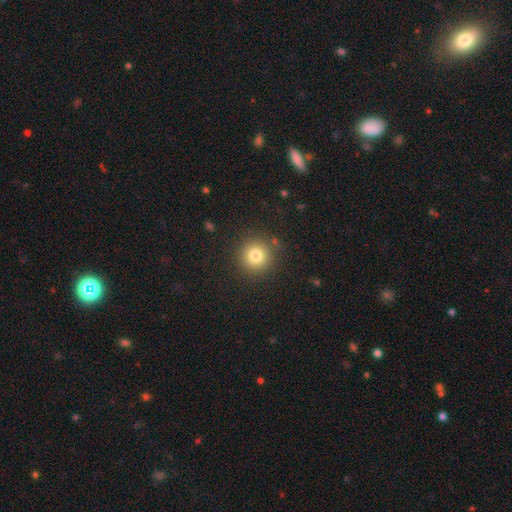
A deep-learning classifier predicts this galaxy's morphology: The model was most divided on "smooth or featured": smooth: 79%, star or artifact: 13%, featured or disk: 8%. More confident: how rounded — round (95%); merging — none (88%).